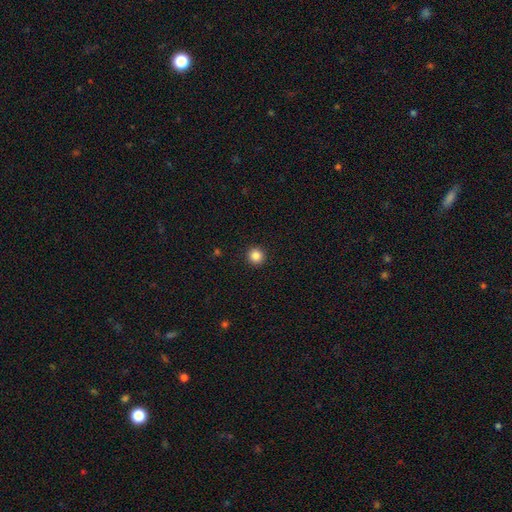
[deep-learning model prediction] A smooth galaxy with no disk features (86%) that is round (95%). Merging: none (93%).